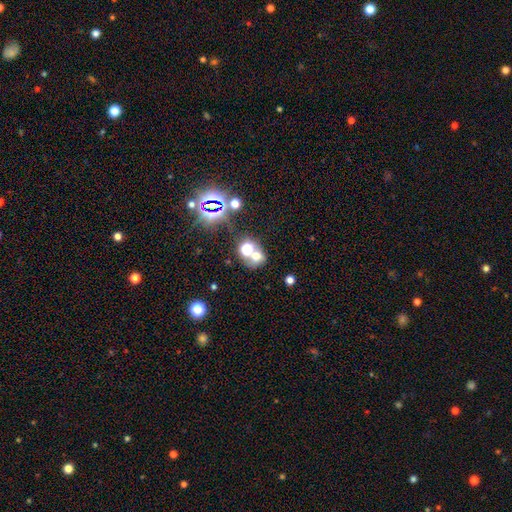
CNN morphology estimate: A smooth galaxy with no disk features (57%) that is round (68%).

Vote fractions:
- Smooth or featured? smooth: 57% / star or artifact: 26% / featured or disk: 16%
- How rounded? round: 68% / in between: 31% / cigar-shaped: 1%
- Merging? merger: 46% / none: 41% / minor disturbance: 8% / major disturbance: 5%